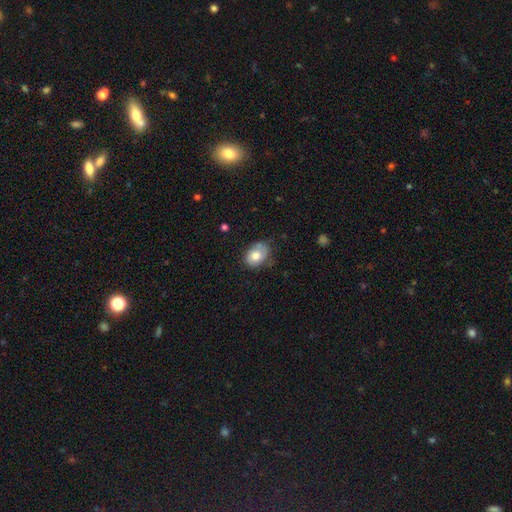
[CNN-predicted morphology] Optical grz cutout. It shows a smooth galaxy with no disk features (72%) that is in between round and cigar-shaped (66%). Merging: none (60%).